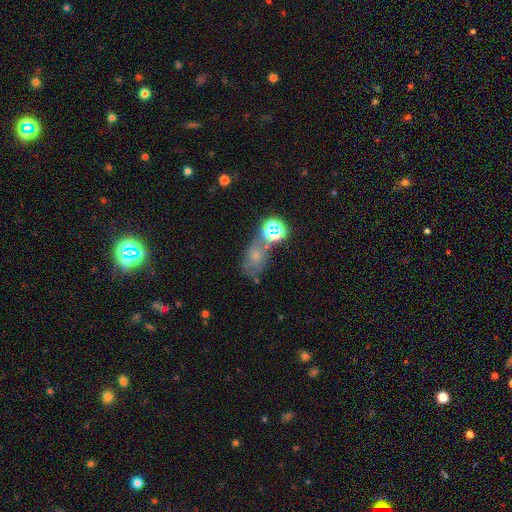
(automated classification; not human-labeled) Smooth or featured? Predicted: smooth (p=0.53). How rounded? Predicted: in between (p=0.69). Merging? Predicted: none (p=0.44).